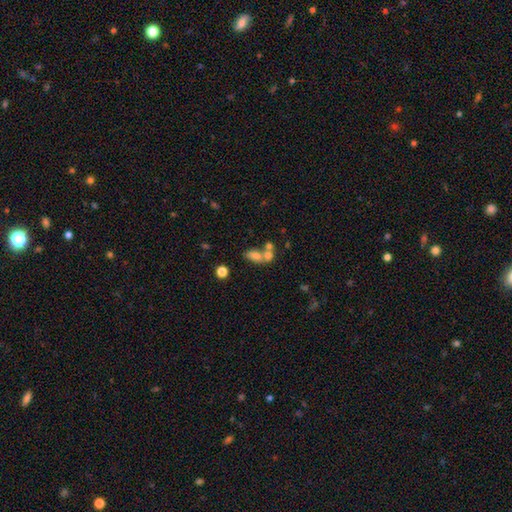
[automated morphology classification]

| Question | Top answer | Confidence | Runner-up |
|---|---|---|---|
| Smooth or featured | smooth | 67% | featured or disk (20%) |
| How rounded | in between | 78% | round (16%) |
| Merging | merger | 52% | none (32%) |